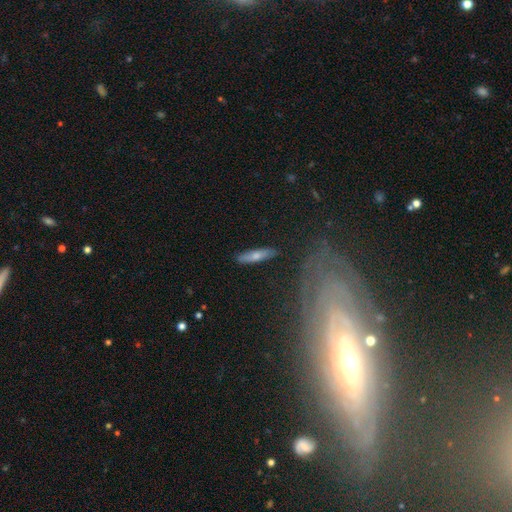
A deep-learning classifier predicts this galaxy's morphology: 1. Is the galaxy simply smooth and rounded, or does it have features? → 68% smooth, 26% featured or disk, 6% star or artifact.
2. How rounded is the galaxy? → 75% cigar-shaped, 23% in between, 2% round.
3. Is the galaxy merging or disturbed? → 85% none, 10% minor disturbance, 2% major disturbance, 2% merger.